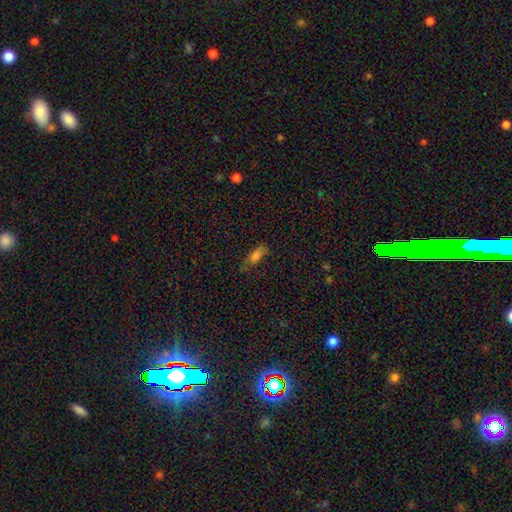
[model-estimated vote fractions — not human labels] Smooth or featured? smooth (73%)
How rounded? in between (72%)
Merging? none (65%)